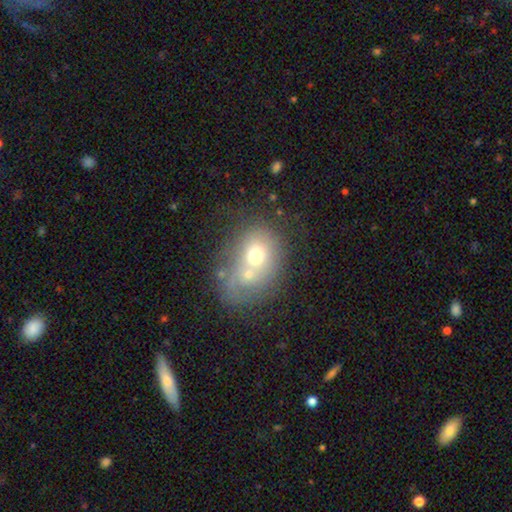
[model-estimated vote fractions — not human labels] Smooth or featured: smooth — 54% (featured or disk — 34%)
How rounded: round — 52% (in between — 47%)
Merging: merger — 59% (none — 20%)